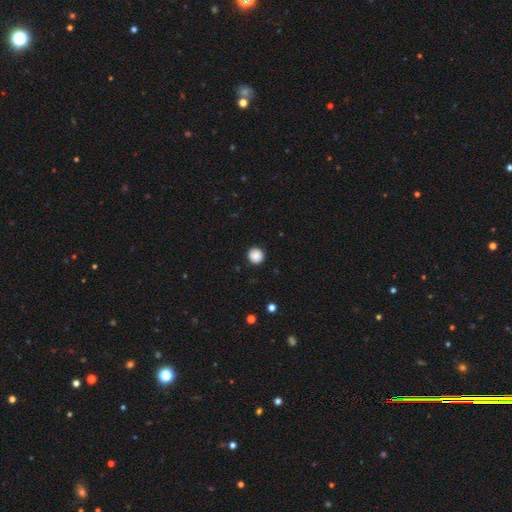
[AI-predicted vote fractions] smooth 88%, star or artifact 9%, featured or disk 4%. Down the decision tree: how rounded — round (94%); merging — none (91%).